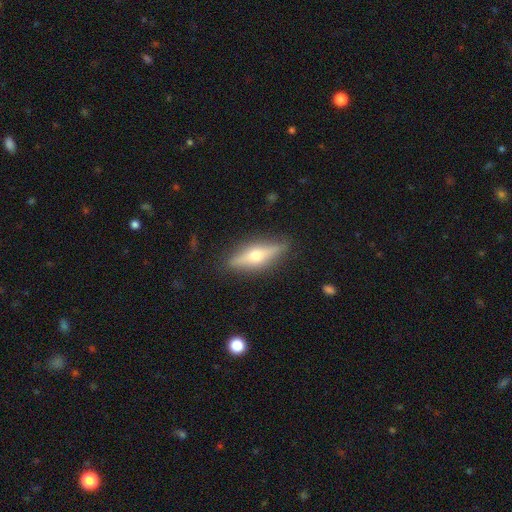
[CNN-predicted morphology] Smooth or featured? Predicted: featured or disk (p=0.63). Edge-on disk? Predicted: yes (p=0.92). Edge-on bulge? Predicted: rounded (p=0.94). Merging? Predicted: none (p=0.87).